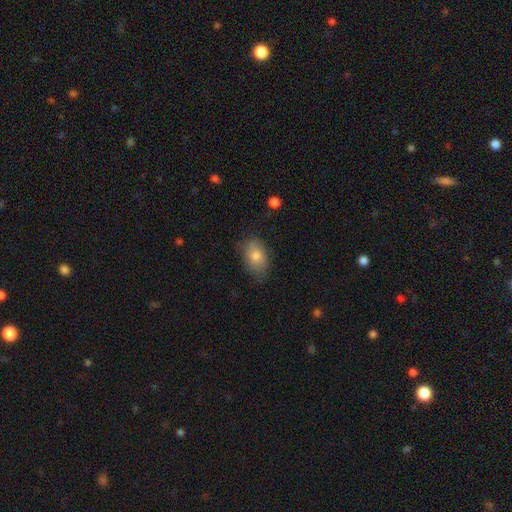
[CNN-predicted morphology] This is likely a smooth galaxy (78%). How rounded: clearly in between (83%). Merging: likely none (72%).